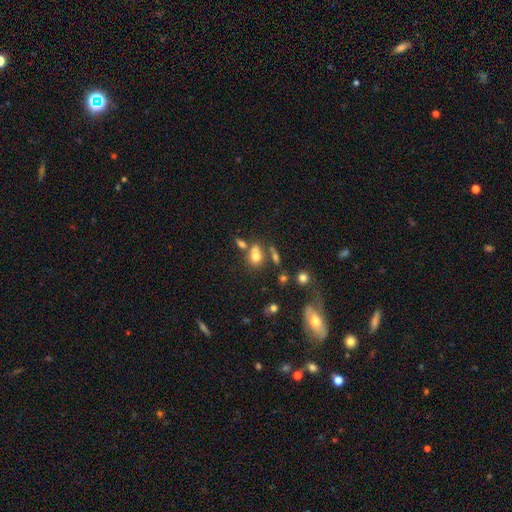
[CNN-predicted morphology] This appears to be a smooth galaxy with no disk features (72%) that is in between round and cigar-shaped (54%). Merging: none (45%).